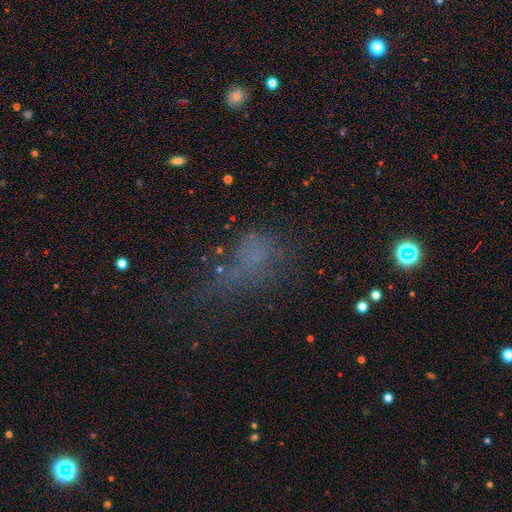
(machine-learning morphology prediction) This appears to be a smooth galaxy with no disk features (44%). Merging: major disturbance (42%).